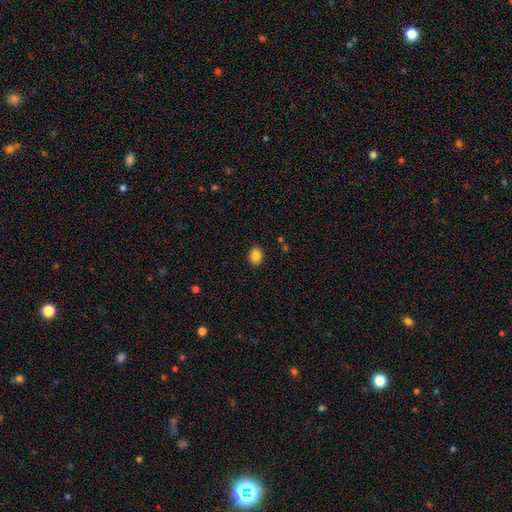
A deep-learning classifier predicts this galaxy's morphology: A smooth galaxy with no disk features (86%) that is in between round and cigar-shaped (66%). Merging: none (89%).